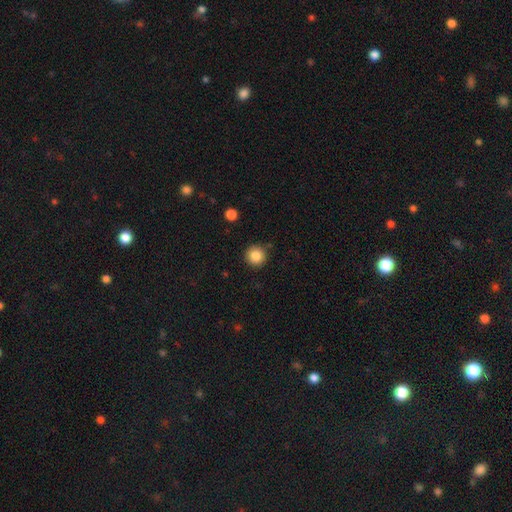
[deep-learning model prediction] smooth_or_featured: smooth (p=0.85) [alt: star or artifact p=0.10]
how_rounded: round (p=0.95) [alt: in between p=0.04]
merging: none (p=0.89) [alt: minor disturbance p=0.07]